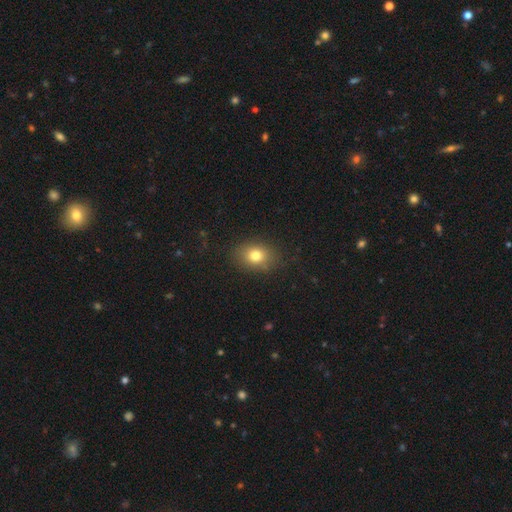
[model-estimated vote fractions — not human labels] Smooth or featured? smooth (78%)
How rounded? in between (57%)
Merging? none (86%)